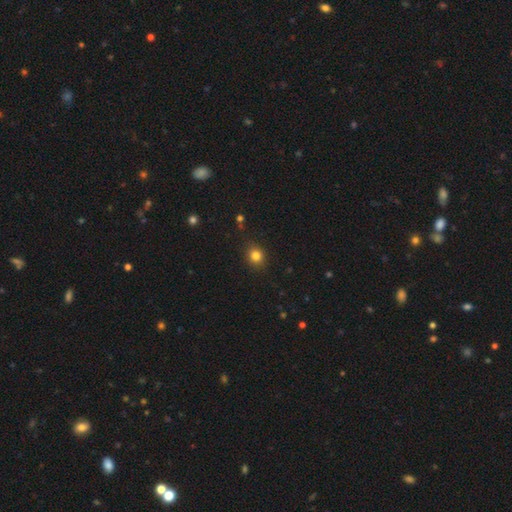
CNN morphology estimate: Smooth or featured? smooth (82%)
How rounded? round (75%)
Merging? none (86%)